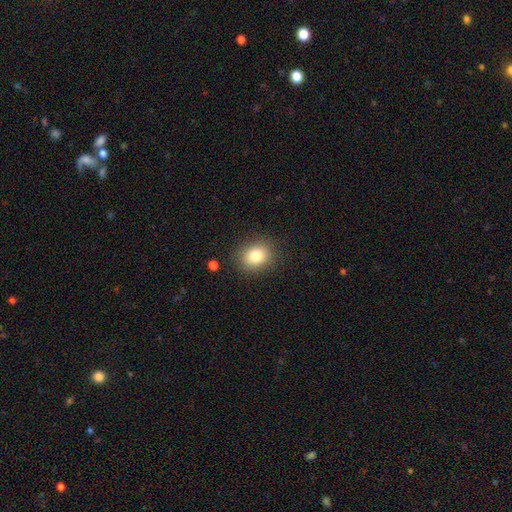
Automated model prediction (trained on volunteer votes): smooth_or_featured: smooth (p=0.82) [alt: star or artifact p=0.10]
how_rounded: round (p=0.54) [alt: in between p=0.45]
merging: none (p=0.86) [alt: minor disturbance p=0.10]